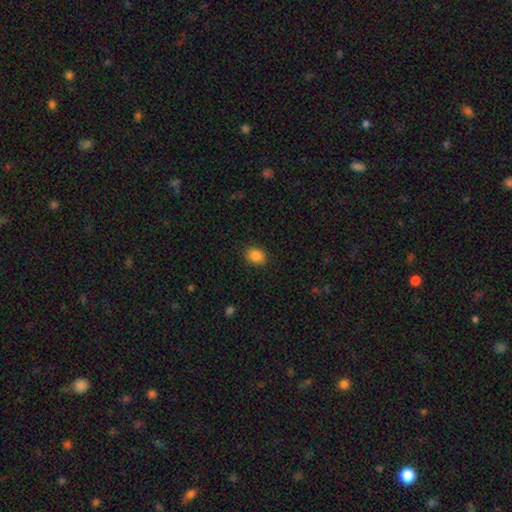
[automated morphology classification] Overall: smooth (87%). How rounded: in between (64%; round 35%). Merging: none (86%).